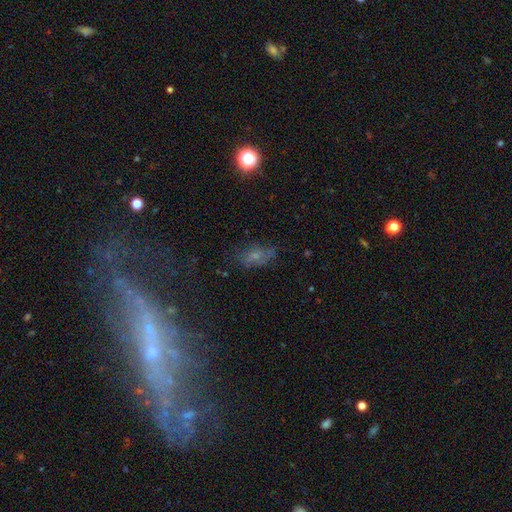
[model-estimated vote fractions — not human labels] The model was most divided on "smooth or featured": smooth: 46%, featured or disk: 28%, star or artifact: 26%. More confident: merging — none (62%).